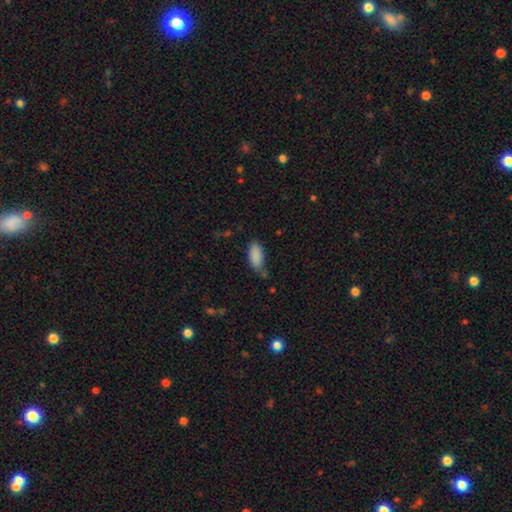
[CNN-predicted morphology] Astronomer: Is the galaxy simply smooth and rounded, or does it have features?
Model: smooth — 88%.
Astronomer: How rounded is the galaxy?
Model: in between — 89%.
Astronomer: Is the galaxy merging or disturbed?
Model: none — 58%.